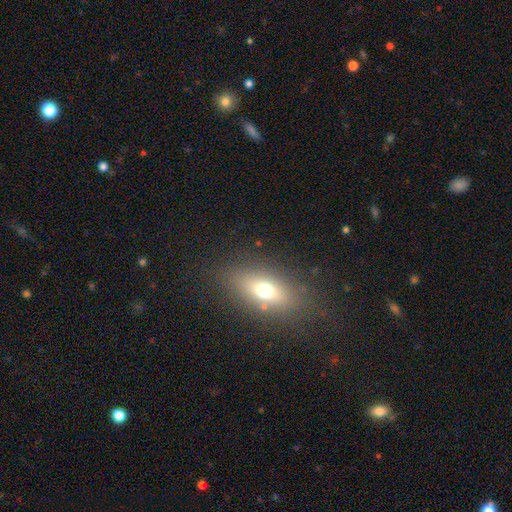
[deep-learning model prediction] smooth_or_featured: smooth (p=0.59) [alt: featured or disk p=0.23]
how_rounded: in between (p=0.72) [alt: cigar-shaped p=0.19]
merging: none (p=0.86) [alt: minor disturbance p=0.09]